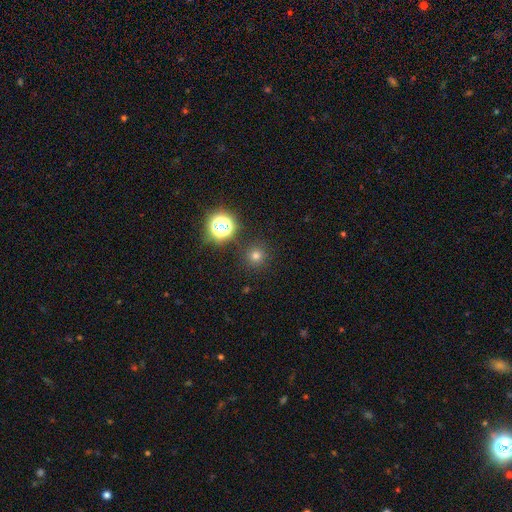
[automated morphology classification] Smooth or featured?
  - smooth: 72% *
  - star or artifact: 22%
  - featured or disk: 6%
How rounded?
  - round: 95% *
  - in between: 4%
  - cigar-shaped: 1%
Merging?
  - none: 89% *
  - minor disturbance: 6%
  - major disturbance: 2%
  - merger: 2%